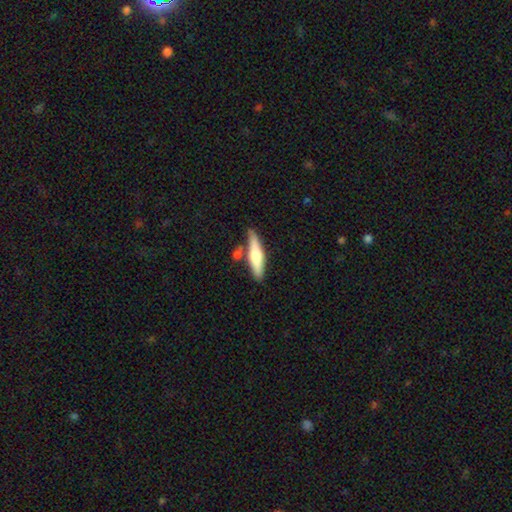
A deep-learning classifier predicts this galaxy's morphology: The model was most divided on "smooth or featured": smooth: 56%, featured or disk: 39%, star or artifact: 5%. More confident: how rounded — cigar-shaped (77%); merging — none (69%).